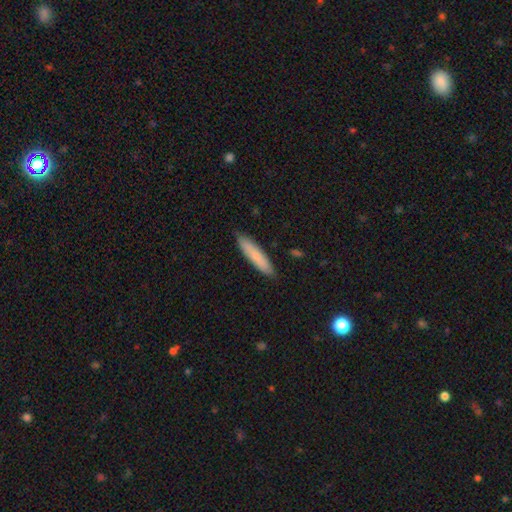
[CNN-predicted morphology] smooth-or-featured: smooth: 80% | featured or disk: 14% | star or artifact: 6%
  how-rounded: cigar-shaped: 84% | in between: 15% | round: 1%
  merging: none: 88% | minor disturbance: 9% | major disturbance: 2% | merger: 1%